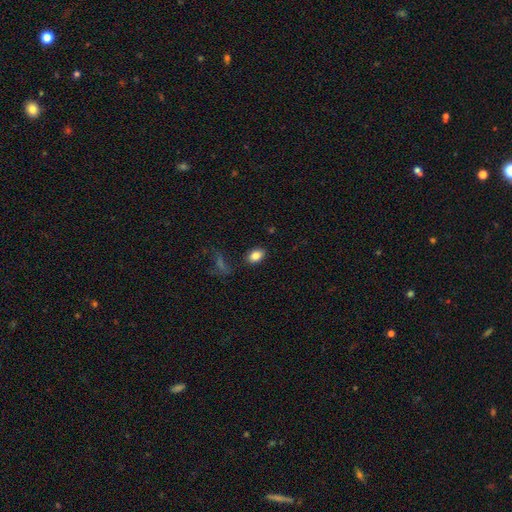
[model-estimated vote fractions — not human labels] Smooth or featured: smooth — 83% (star or artifact — 9%)
How rounded: in between — 83% (round — 16%)
Merging: none — 84% (minor disturbance — 11%)